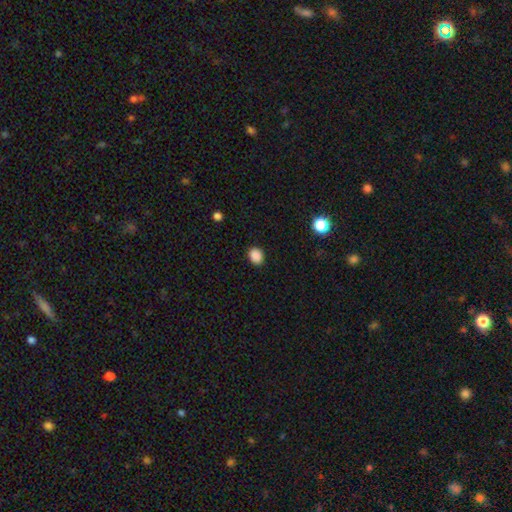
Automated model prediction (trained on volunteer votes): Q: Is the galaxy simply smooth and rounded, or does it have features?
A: smooth — 88%.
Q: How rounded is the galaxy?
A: in between — 54%.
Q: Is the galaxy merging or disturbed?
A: none — 89%.